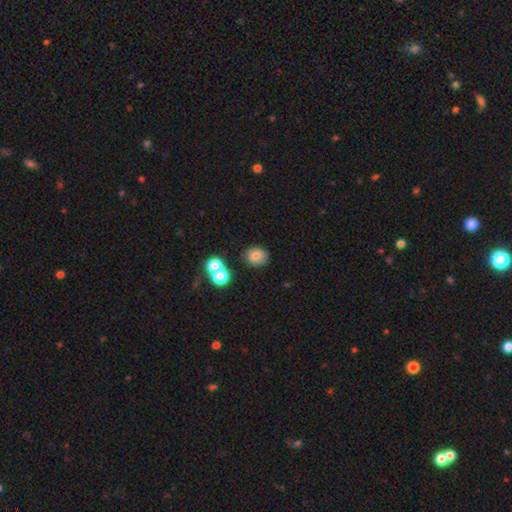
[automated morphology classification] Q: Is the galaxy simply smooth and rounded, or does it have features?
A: smooth — 78%.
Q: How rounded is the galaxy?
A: round — 66%.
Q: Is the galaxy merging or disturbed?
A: none — 76%.